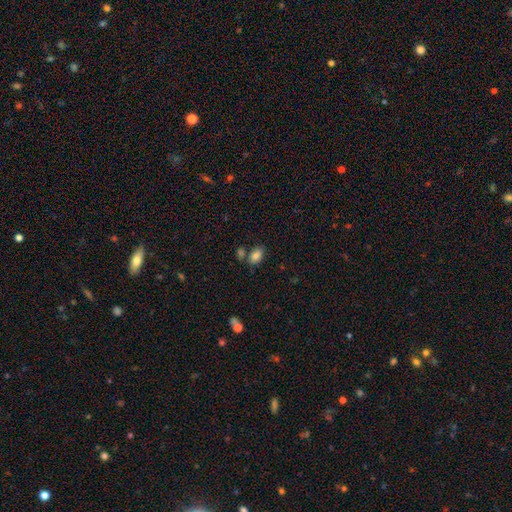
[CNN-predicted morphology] This appears to be a smooth galaxy with no disk features (84%) that is in between round and cigar-shaped (87%). Merging: none (66%).